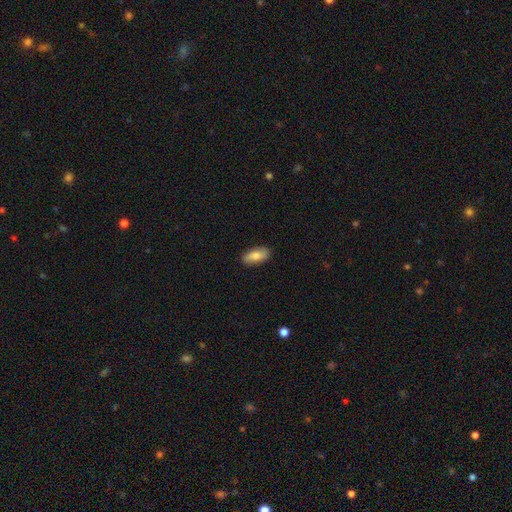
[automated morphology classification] This appears to be a smooth galaxy with no disk features (81%) that is in between round and cigar-shaped (87%). Merging: none (86%).